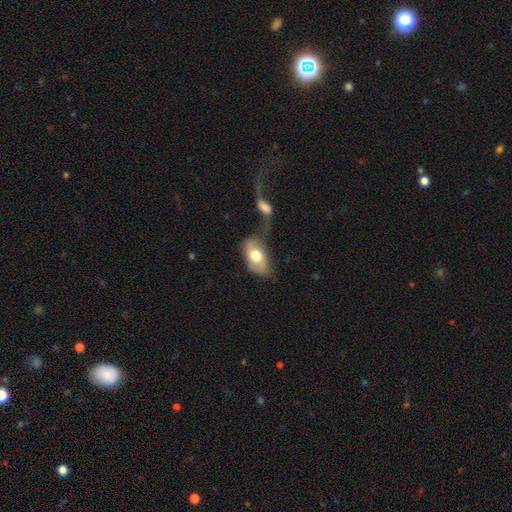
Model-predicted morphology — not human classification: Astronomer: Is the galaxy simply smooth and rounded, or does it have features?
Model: smooth — 68%.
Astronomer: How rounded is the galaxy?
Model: in between — 91%.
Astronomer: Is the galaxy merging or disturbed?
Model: merger — 41% (runner-up: none, 26%).